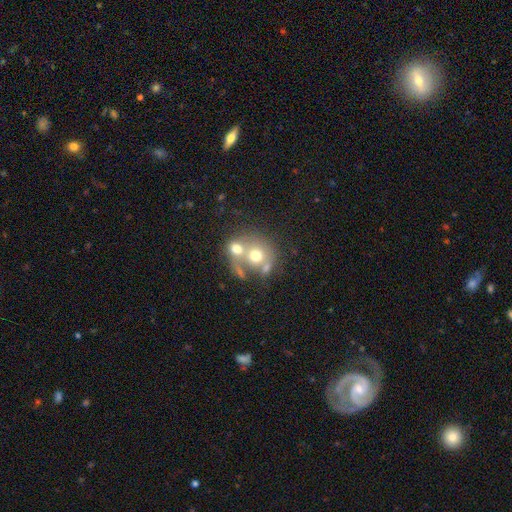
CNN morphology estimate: This appears to be a smooth galaxy with no disk features (59%) that is round (78%). Merging: merger (56%).